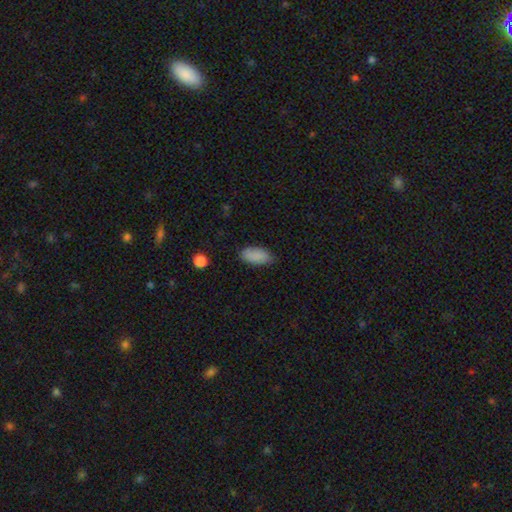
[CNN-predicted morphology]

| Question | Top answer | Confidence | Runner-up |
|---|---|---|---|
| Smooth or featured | smooth | 87% | star or artifact (8%) |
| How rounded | in between | 92% | cigar-shaped (5%) |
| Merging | none | 75% | minor disturbance (20%) |